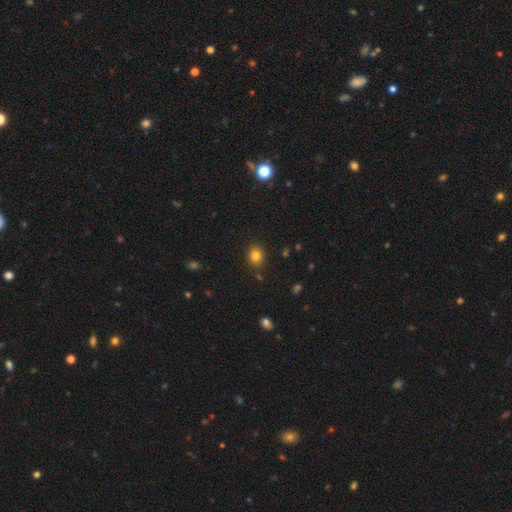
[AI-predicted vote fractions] Smooth or featured?
  - smooth: 81% *
  - star or artifact: 13%
  - featured or disk: 6%
How rounded?
  - round: 61% *
  - in between: 38%
  - cigar-shaped: 1%
Merging?
  - none: 87% *
  - minor disturbance: 9%
  - major disturbance: 2%
  - merger: 2%